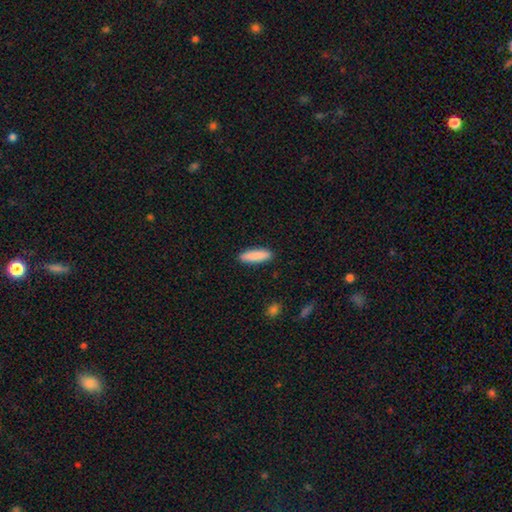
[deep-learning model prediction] Q: Smooth or featured?
A: smooth (88%); runner-up: featured or disk (6%)
Q: How rounded?
A: cigar-shaped (64%); runner-up: in between (34%)
Q: Merging?
A: none (91%); runner-up: minor disturbance (7%)